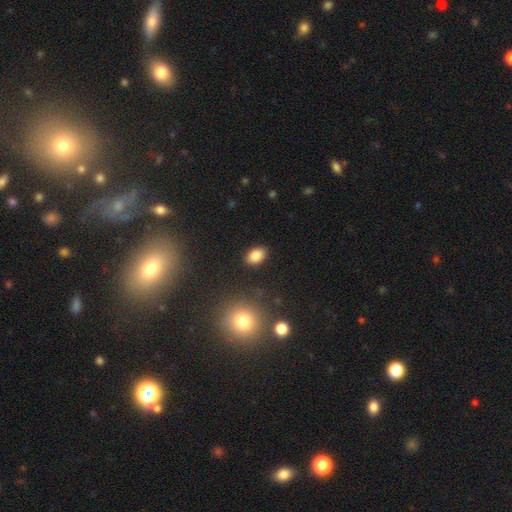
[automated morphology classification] A smooth galaxy with no disk features (85%) that is in between round and cigar-shaped (85%). Merging: none (88%).